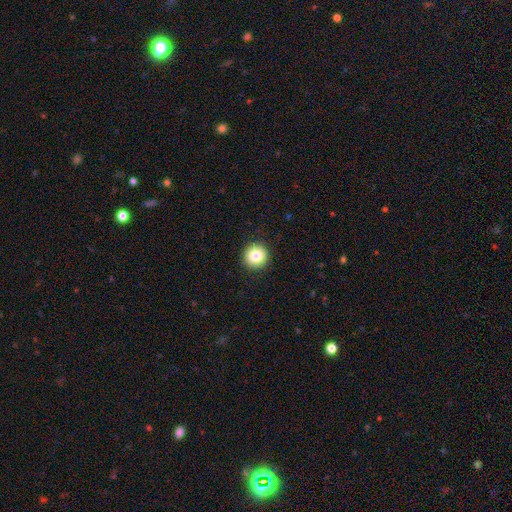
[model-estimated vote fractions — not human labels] Smooth or featured?
  - smooth: 82% *
  - star or artifact: 10%
  - featured or disk: 8%
How rounded?
  - round: 96% *
  - in between: 3%
  - cigar-shaped: 1%
Merging?
  - none: 93% *
  - minor disturbance: 5%
  - major disturbance: 2%
  - merger: 1%